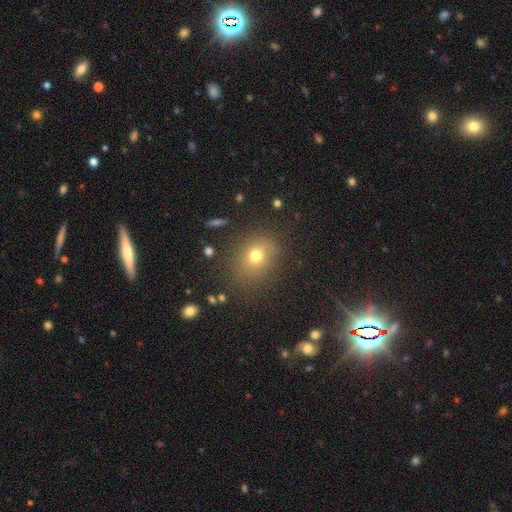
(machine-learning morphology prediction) Q: Smooth or featured?
A: smooth (71%); runner-up: star or artifact (17%)
Q: How rounded?
A: round (61%); runner-up: in between (37%)
Q: Merging?
A: none (78%); runner-up: minor disturbance (13%)